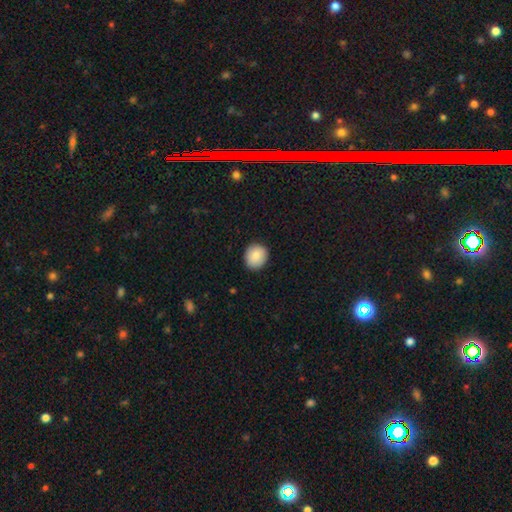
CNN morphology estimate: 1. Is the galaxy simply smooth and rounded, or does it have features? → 87% smooth, 7% star or artifact, 6% featured or disk.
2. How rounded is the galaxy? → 82% round, 17% in between, 1% cigar-shaped.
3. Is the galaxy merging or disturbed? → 90% none, 7% minor disturbance, 2% major disturbance, 1% merger.